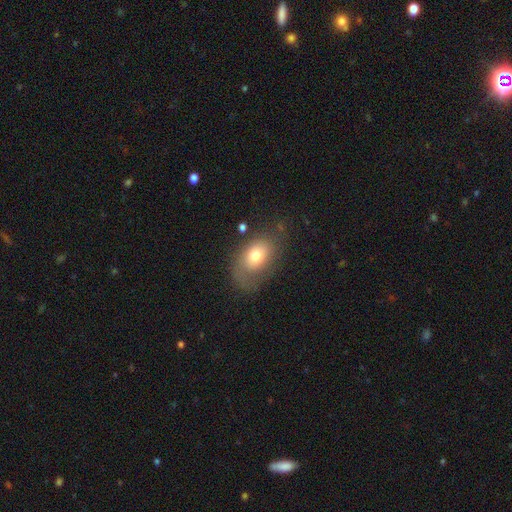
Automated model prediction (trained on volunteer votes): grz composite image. It shows a smooth galaxy with no disk features (65%) that is in between round and cigar-shaped (80%). Merging: none (57%).